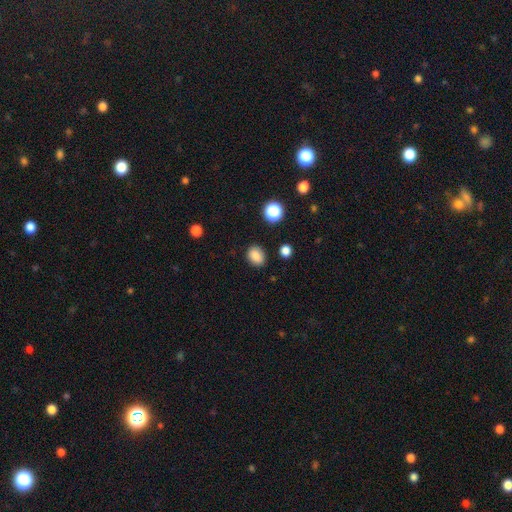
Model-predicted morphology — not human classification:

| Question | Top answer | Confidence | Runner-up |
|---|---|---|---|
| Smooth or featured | smooth | 85% | star or artifact (11%) |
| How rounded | in between | 53% | round (46%) |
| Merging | none | 85% | minor disturbance (10%) |